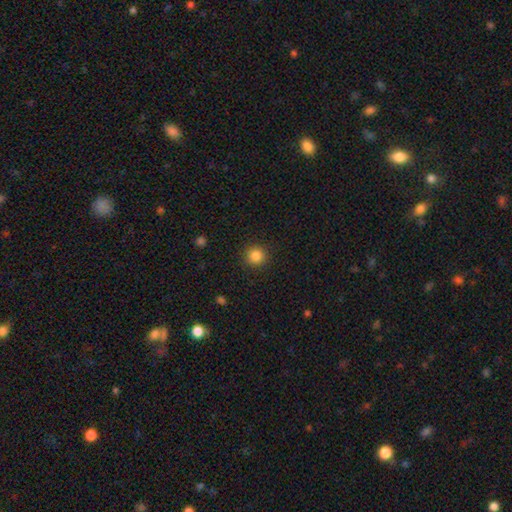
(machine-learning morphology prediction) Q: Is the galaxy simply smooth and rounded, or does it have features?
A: smooth — 85%.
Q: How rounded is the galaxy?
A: round — 94%.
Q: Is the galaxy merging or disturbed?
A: none — 92%.